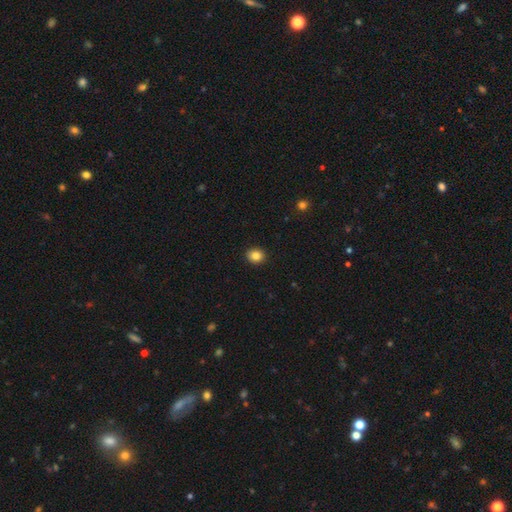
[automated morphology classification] Overall: smooth (84%). How rounded: round (66%; in between 33%). Merging: none (91%).